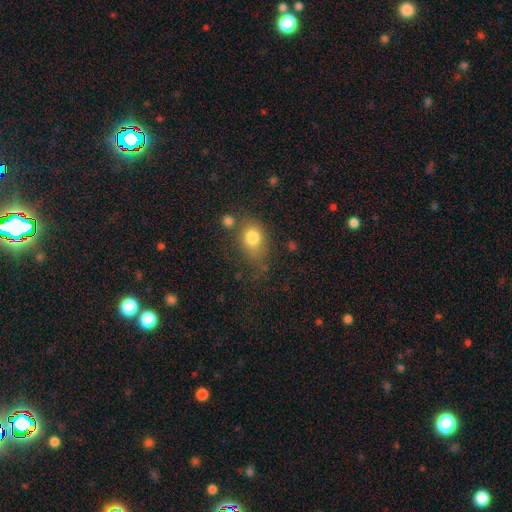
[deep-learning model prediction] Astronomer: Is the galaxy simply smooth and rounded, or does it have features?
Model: smooth — 72%.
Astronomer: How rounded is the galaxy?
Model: in between — 57% (runner-up: round, 40%).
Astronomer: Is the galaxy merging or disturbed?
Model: none — 56%.